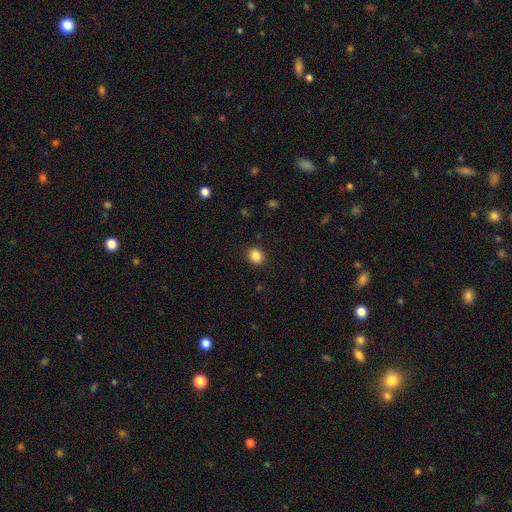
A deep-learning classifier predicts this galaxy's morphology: type=smooth (86%); roundness=round (74%); merging=none (90%).